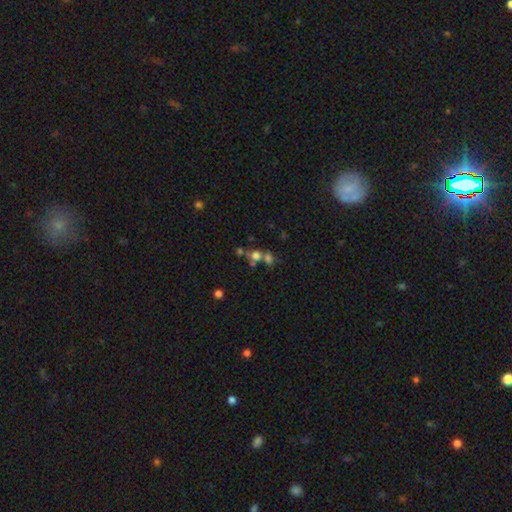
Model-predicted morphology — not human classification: Smooth or featured? smooth (62%)
How rounded? round (76%)
Merging? merger (48%)